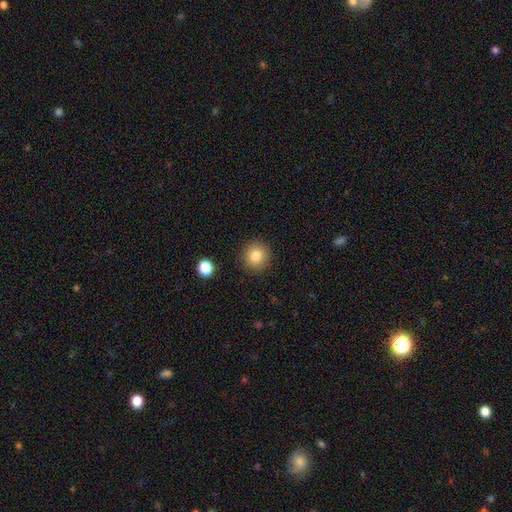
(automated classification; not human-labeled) A smooth galaxy with no disk features (82%) that is round (93%).

Vote fractions:
- Smooth or featured? smooth: 82% / star or artifact: 11% / featured or disk: 8%
- How rounded? round: 93% / in between: 7% / cigar-shaped: 1%
- Merging? none: 90% / minor disturbance: 7% / major disturbance: 2% / merger: 2%